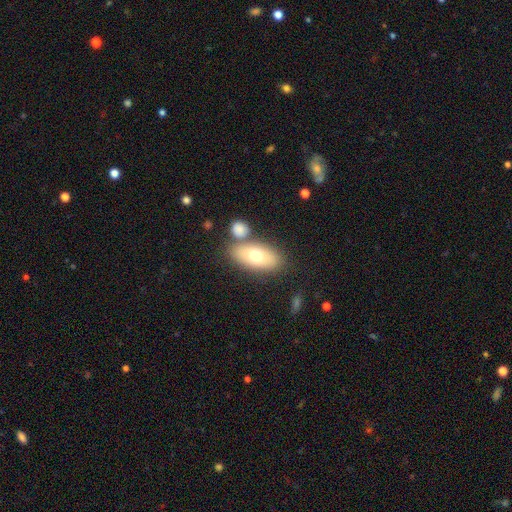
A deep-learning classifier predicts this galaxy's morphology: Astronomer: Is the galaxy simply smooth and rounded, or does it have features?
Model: smooth — 67%.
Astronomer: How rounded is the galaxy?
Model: in between — 88%.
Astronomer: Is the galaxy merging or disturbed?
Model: none — 66%.